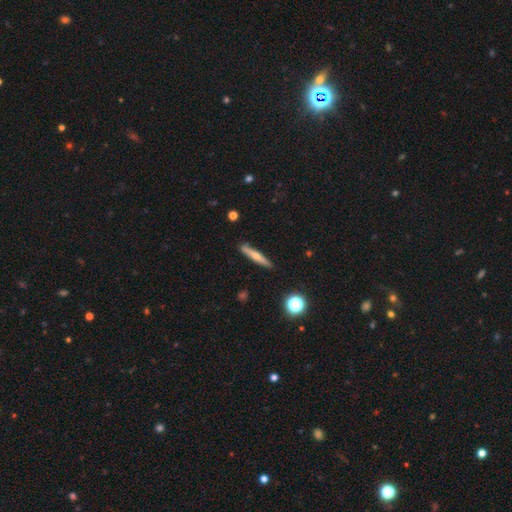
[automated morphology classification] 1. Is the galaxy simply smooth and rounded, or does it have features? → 53% smooth, 39% featured or disk, 7% star or artifact.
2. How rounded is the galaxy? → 92% cigar-shaped, 6% in between, 2% round.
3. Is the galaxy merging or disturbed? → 86% none, 10% minor disturbance, 2% merger, 2% major disturbance.